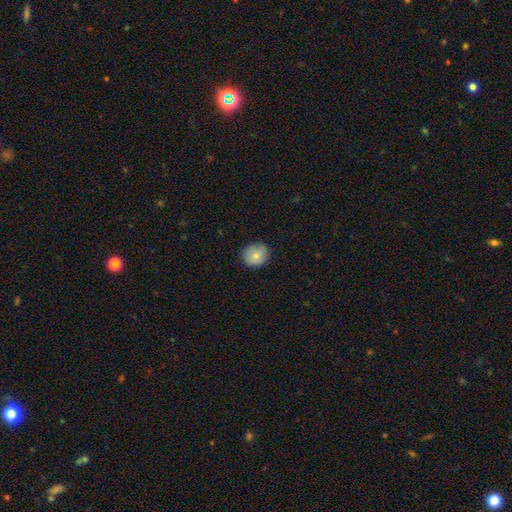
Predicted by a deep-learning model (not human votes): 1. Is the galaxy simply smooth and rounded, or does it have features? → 81% smooth, 12% featured or disk, 8% star or artifact.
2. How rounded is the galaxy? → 77% round, 22% in between, 1% cigar-shaped.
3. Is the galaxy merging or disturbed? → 86% none, 11% minor disturbance, 2% major disturbance, 1% merger.